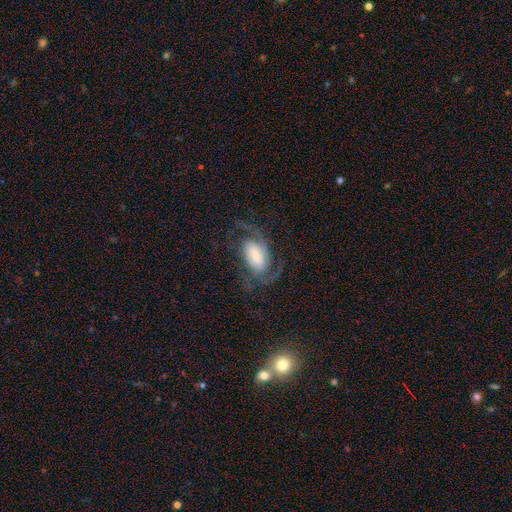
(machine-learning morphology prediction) This is clearly a featured or disk galaxy (83%). It is clearly not viewed edge-on (97%). Bar: marginally weak (39%, tied with no). Spiral arm pattern: clearly yes (97%). Spiral arm count: likely 2 (77%). Spiral winding: possibly medium (50%). Central bulge: marginally small (44%). Merging: likely none (64%).